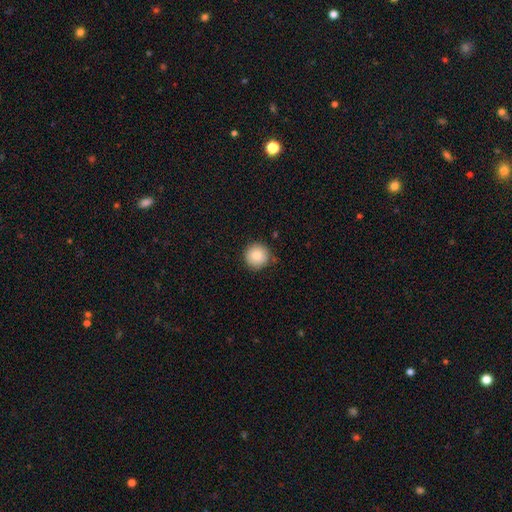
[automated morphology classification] Smooth or featured? smooth (83%)
How rounded? round (96%)
Merging? none (85%)